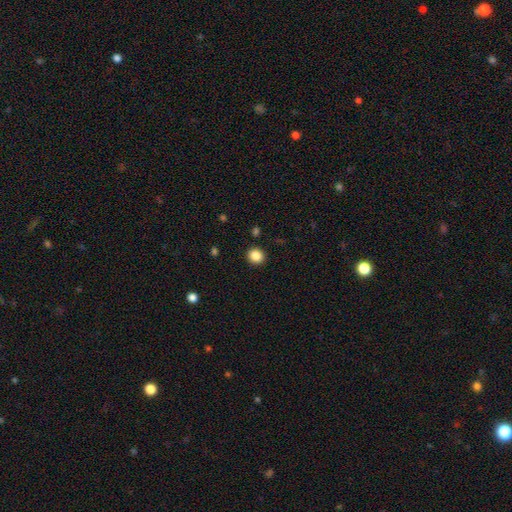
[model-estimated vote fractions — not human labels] This is clearly a smooth galaxy (86%). How rounded: clearly round (86%). Merging: clearly none (91%).